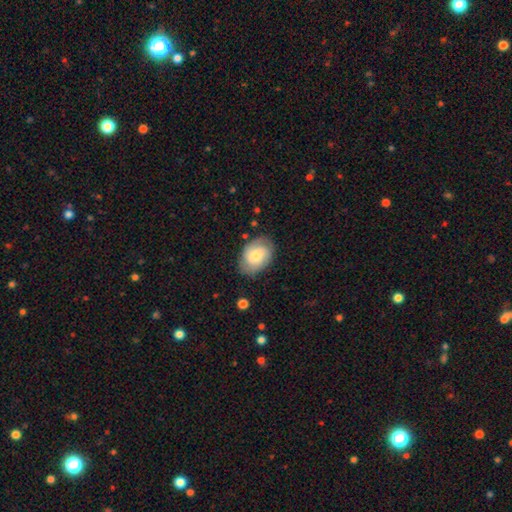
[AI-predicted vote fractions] A smooth galaxy with no disk features (59%) that is in between round and cigar-shaped (78%). Merging: none (73%).